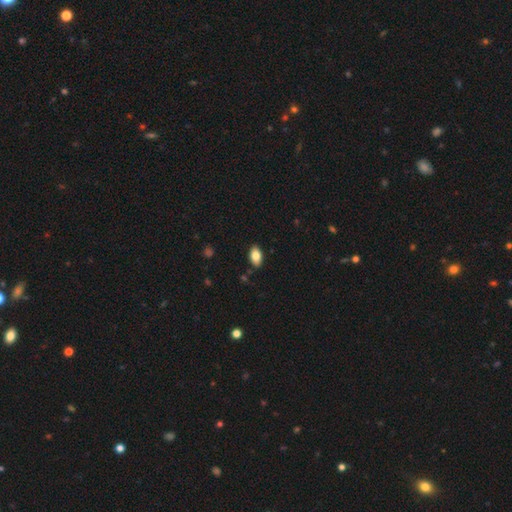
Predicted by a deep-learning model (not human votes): This is clearly a smooth galaxy (81%). How rounded: clearly in between (92%). Merging: clearly none (87%).